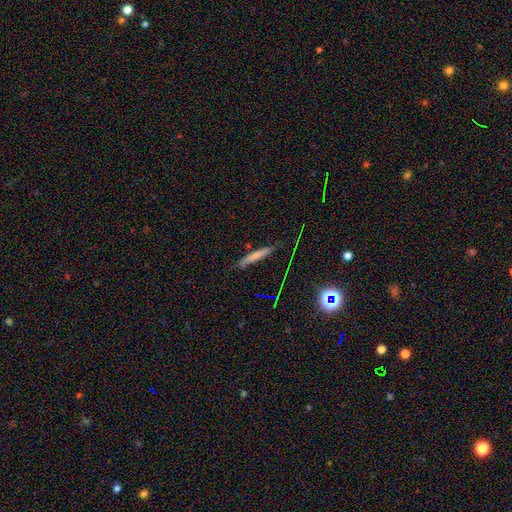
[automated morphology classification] smooth-or-featured: smooth: 64% | featured or disk: 24% | star or artifact: 11%
  how-rounded: cigar-shaped: 93% | in between: 5% | round: 2%
  merging: none: 78% | minor disturbance: 16% | major disturbance: 4% | merger: 2%